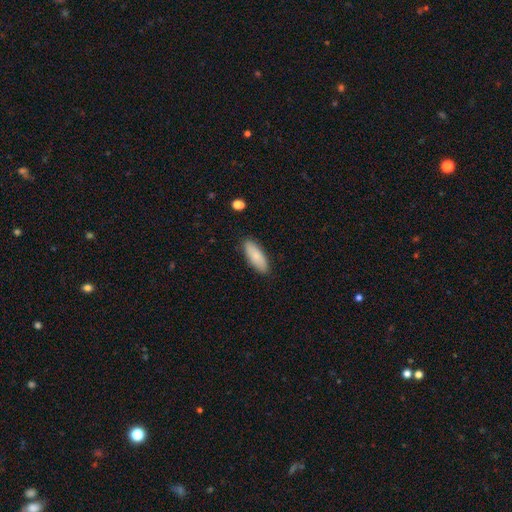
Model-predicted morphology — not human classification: The model was most divided on "how rounded": in between: 67%, cigar-shaped: 31%, round: 2%. More confident: merging — none (87%); smooth or featured — smooth (82%).